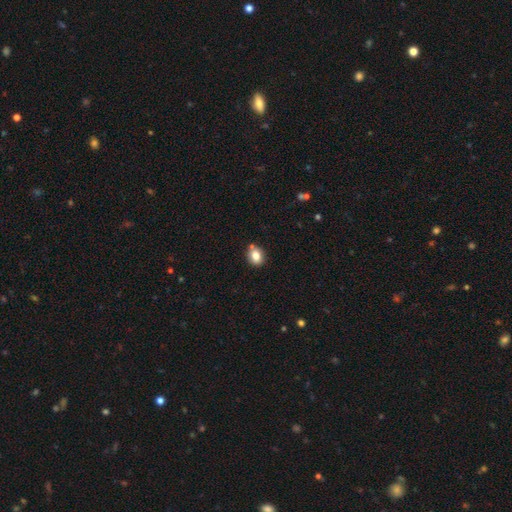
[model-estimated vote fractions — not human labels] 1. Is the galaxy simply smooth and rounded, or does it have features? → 80% smooth, 10% star or artifact, 9% featured or disk.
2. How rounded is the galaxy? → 57% round, 42% in between, 1% cigar-shaped.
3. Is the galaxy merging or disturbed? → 75% none, 13% minor disturbance, 9% merger, 3% major disturbance.